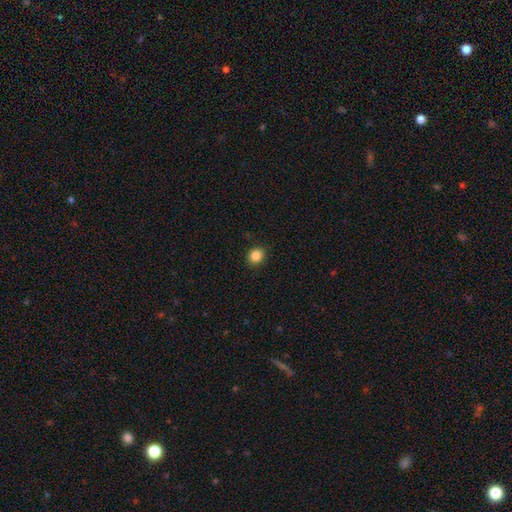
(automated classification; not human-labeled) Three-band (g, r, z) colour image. It shows a smooth galaxy with no disk features (85%) that is round (76%). Merging: none (91%).